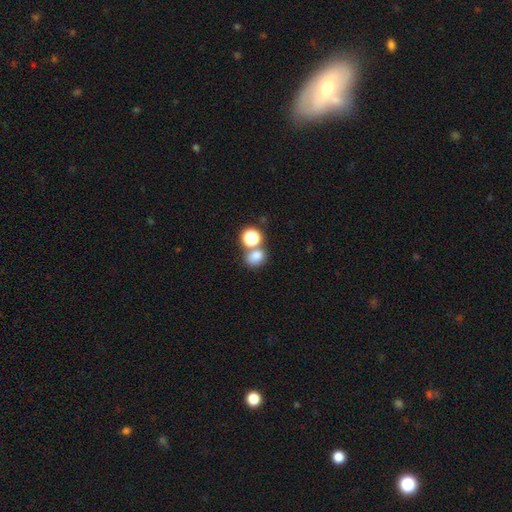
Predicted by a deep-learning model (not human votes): The model was most divided on "how rounded": round: 55%, in between: 44%, cigar-shaped: 1%. More confident: smooth or featured — smooth (77%); merging — none (55%).